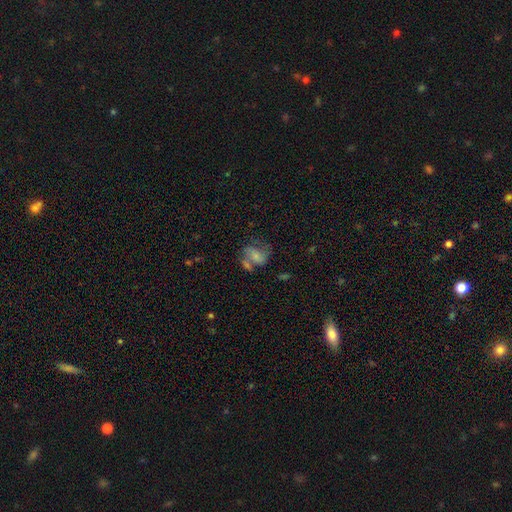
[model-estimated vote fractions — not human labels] Smooth or featured?
  - smooth: 49% *
  - featured or disk: 40%
  - star or artifact: 10%
Merging?
  - none: 31% *
  - merger: 30%
  - major disturbance: 21%
  - minor disturbance: 18%